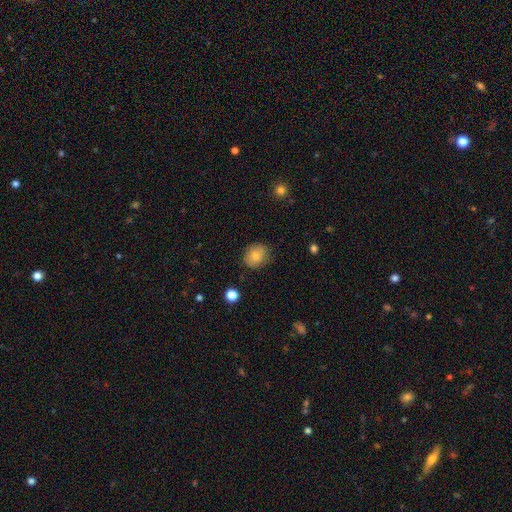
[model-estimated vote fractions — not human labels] Overall: smooth (82%). How rounded: round (65%; in between 34%). Merging: none (78%).